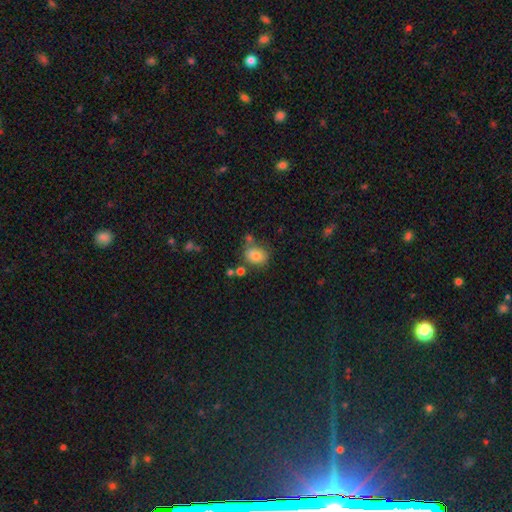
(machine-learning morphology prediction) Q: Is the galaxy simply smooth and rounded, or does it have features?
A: smooth — 79%.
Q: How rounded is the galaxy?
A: in between — 57%.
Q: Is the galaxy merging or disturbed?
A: none — 59%.